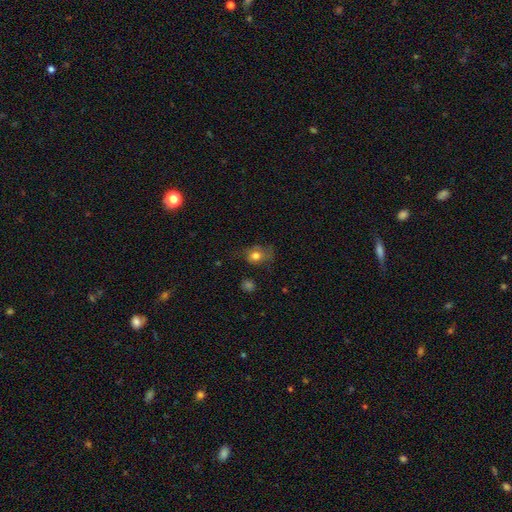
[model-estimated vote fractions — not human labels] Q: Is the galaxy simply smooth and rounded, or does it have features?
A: smooth — 70%.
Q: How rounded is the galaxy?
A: in between — 54%.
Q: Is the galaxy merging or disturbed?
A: none — 44%.